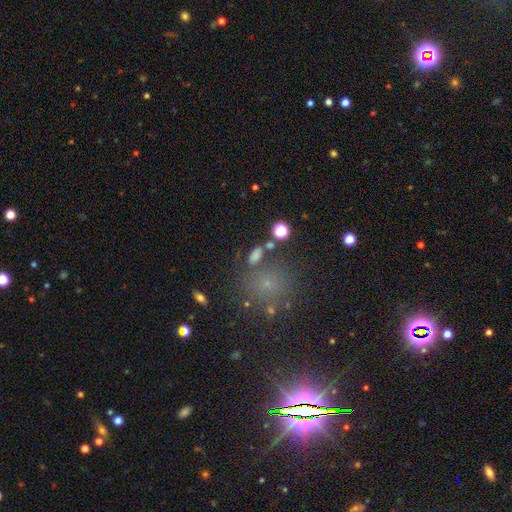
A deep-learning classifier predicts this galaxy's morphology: Smooth or featured? Predicted: smooth (p=0.62). How rounded? Predicted: round (p=0.62). Merging? Predicted: none (p=0.68).